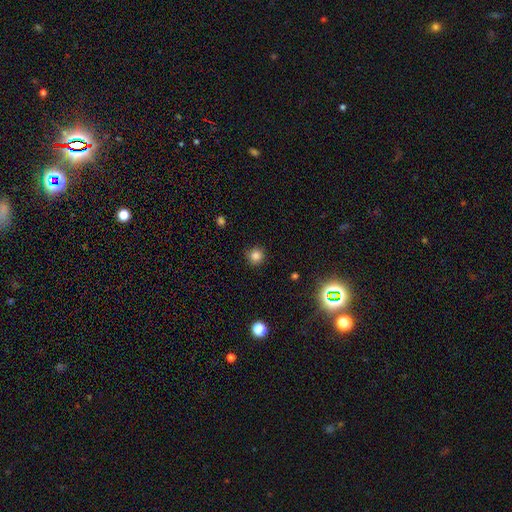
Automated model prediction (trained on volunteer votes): smooth_or_featured: smooth (p=0.82) [alt: star or artifact p=0.14]
how_rounded: round (p=0.94) [alt: in between p=0.05]
merging: none (p=0.90) [alt: minor disturbance p=0.07]